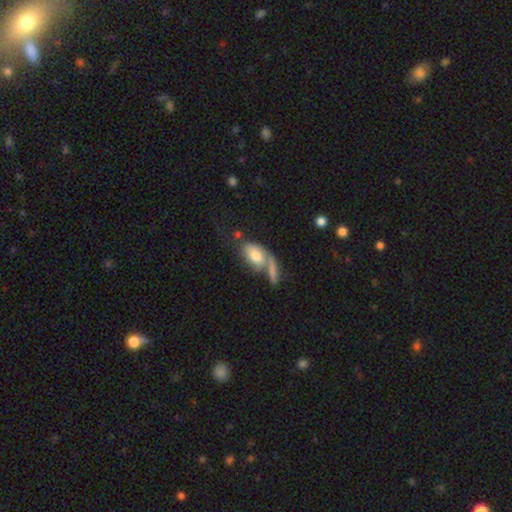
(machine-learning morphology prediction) The model was most divided on "merging": merger: 43%, none: 32%, minor disturbance: 12%, major disturbance: 12%. More confident: how rounded — in between (87%); smooth or featured — smooth (72%).